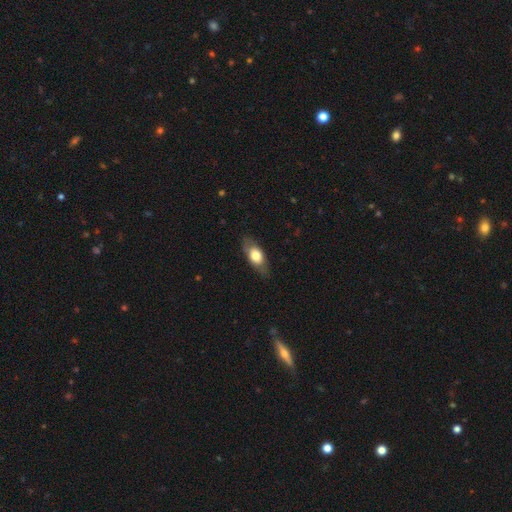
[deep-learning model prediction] This appears to be a smooth galaxy with no disk features (63%) that is in between round and cigar-shaped (81%). Merging: none (79%).